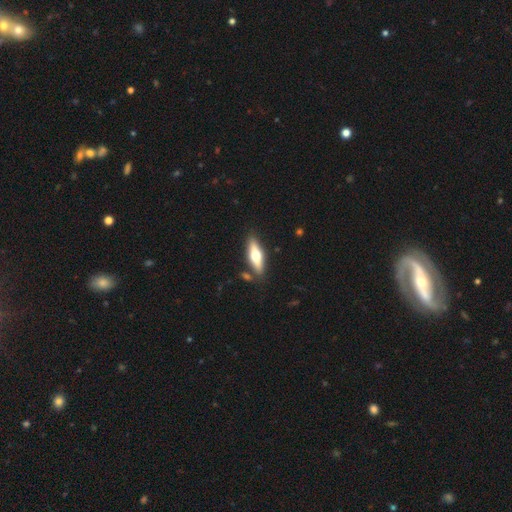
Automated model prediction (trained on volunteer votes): A featured or disk galaxy (52%) viewed edge-on (89%). Merging: none (82%).